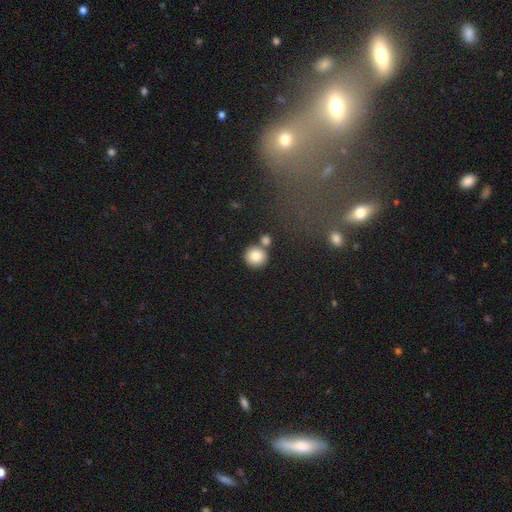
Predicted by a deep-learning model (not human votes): Smooth or featured?
  - smooth: 83% *
  - star or artifact: 10%
  - featured or disk: 7%
How rounded?
  - round: 93% *
  - in between: 6%
  - cigar-shaped: 1%
Merging?
  - none: 68% *
  - merger: 20%
  - minor disturbance: 8%
  - major disturbance: 3%